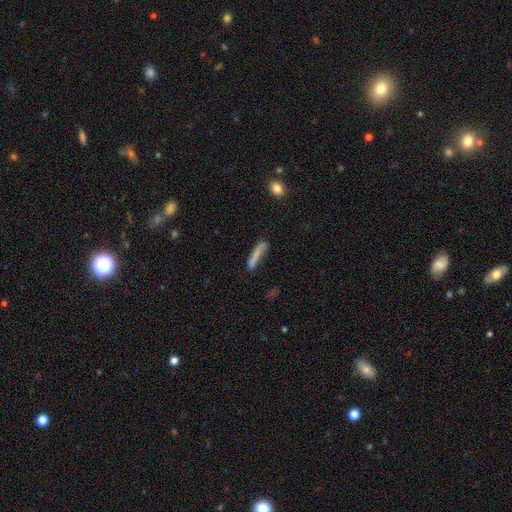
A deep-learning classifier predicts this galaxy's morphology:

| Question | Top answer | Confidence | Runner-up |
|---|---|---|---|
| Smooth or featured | smooth | 75% | featured or disk (17%) |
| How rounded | cigar-shaped | 89% | in between (9%) |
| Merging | none | 65% | minor disturbance (22%) |